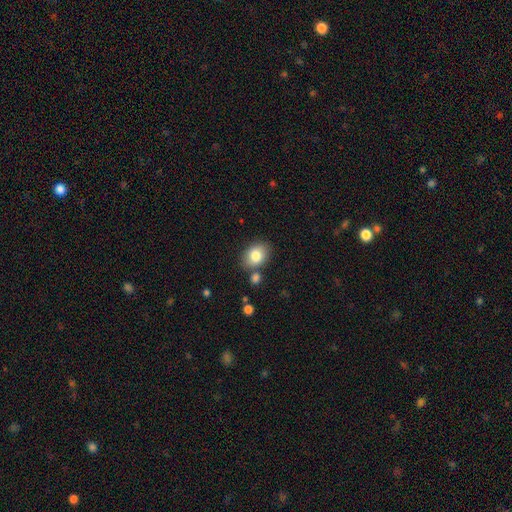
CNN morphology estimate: Overall: smooth (82%). How rounded: in between (69%; round 30%). Merging: none (76%).